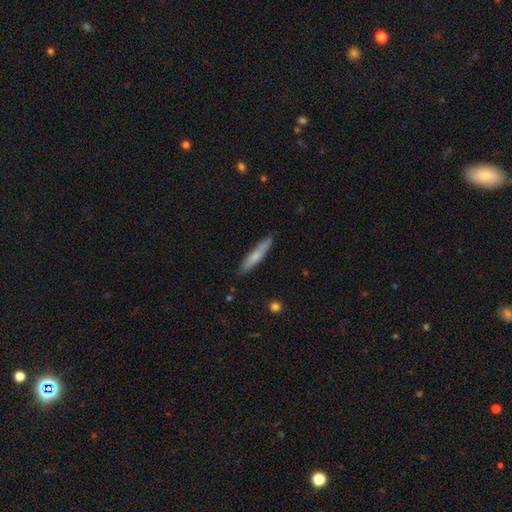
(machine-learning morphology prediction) This is likely a smooth galaxy (68%). How rounded: clearly cigar-shaped (91%). Merging: clearly none (85%).